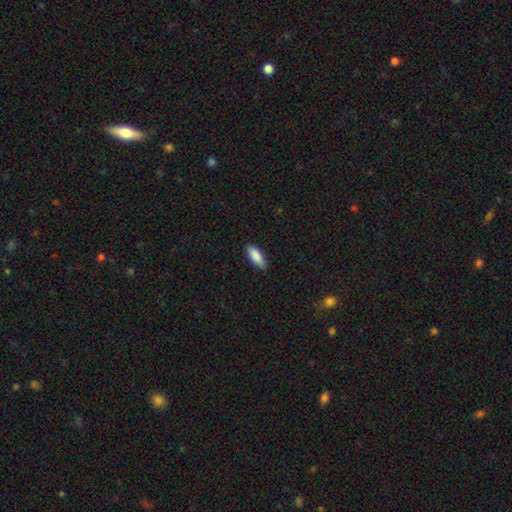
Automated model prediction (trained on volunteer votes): This is clearly a smooth galaxy (87%). How rounded: likely in between (71%). Merging: clearly none (83%).